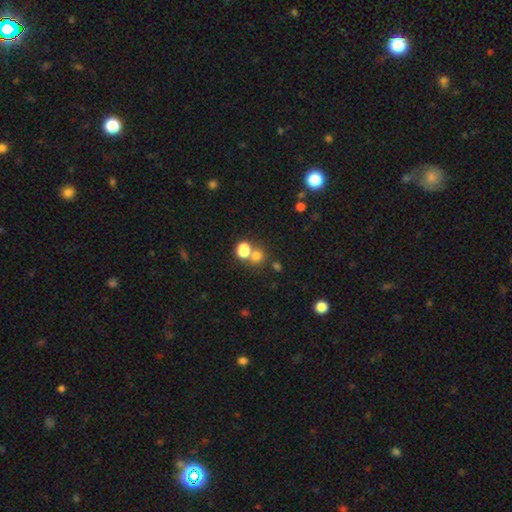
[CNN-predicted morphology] The model was most divided on "merging": none: 46%, merger: 43%, minor disturbance: 7%, major disturbance: 4%. More confident: how rounded — round (72%); smooth or featured — smooth (72%).